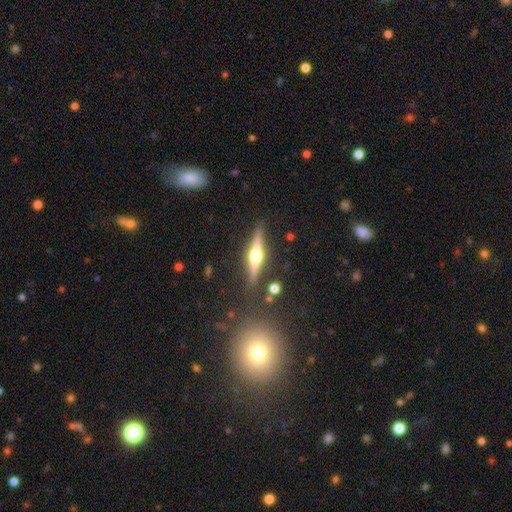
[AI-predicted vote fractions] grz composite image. It shows a featured or disk galaxy (76%) viewed edge-on (98%) with a rounded central bulge (95%). Merging: none (88%).